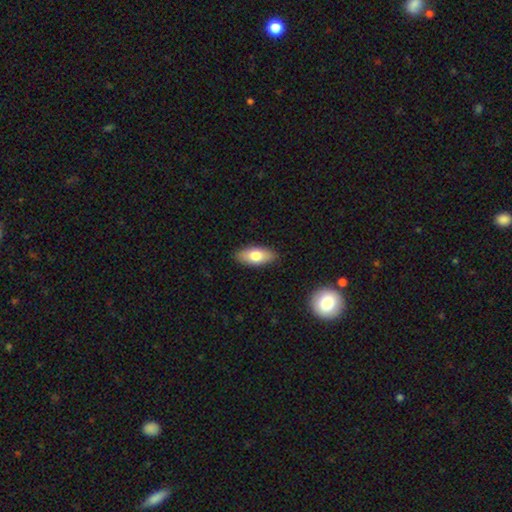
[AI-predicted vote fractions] Overall: smooth (73%). How rounded: in between (85%). Merging: none (88%).